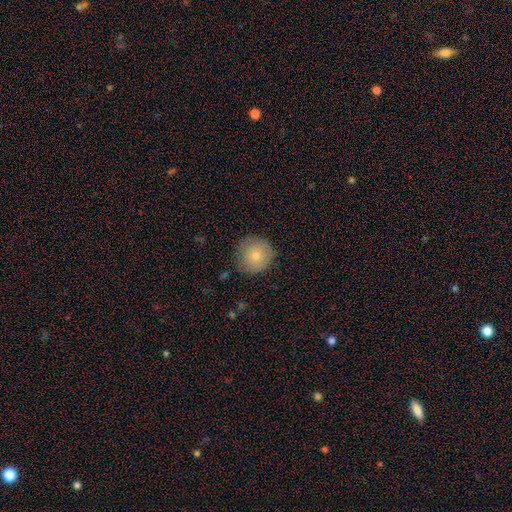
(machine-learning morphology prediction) A smooth galaxy with no disk features (79%) that is round (94%). Merging: none (83%).